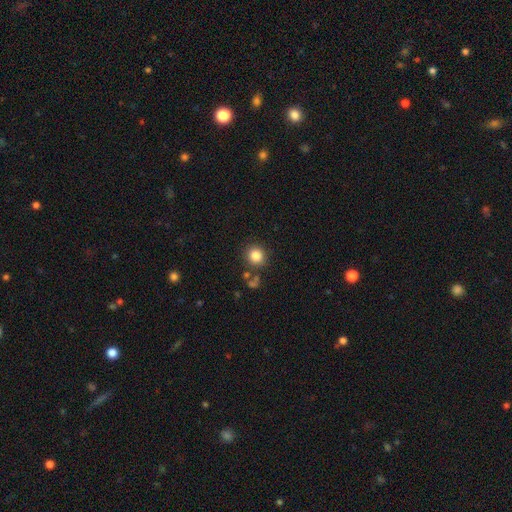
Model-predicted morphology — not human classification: A smooth galaxy with no disk features (84%) that is round (89%).

Vote fractions:
- Smooth or featured? smooth: 84% / star or artifact: 11% / featured or disk: 5%
- How rounded? round: 89% / in between: 10% / cigar-shaped: 1%
- Merging? none: 82% / minor disturbance: 9% / merger: 6% / major disturbance: 3%